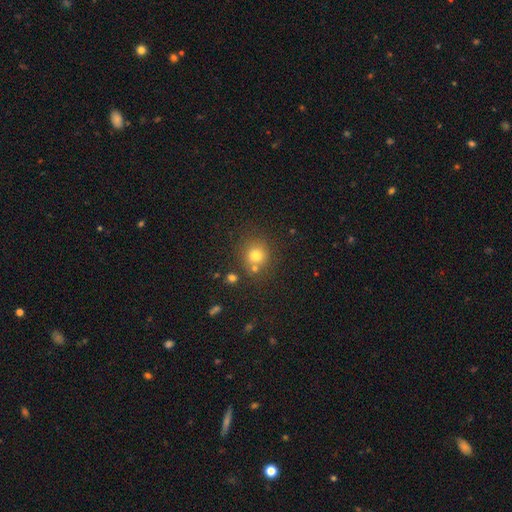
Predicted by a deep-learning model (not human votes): Overall: smooth (75%). How rounded: round (88%). Merging: none (71%).